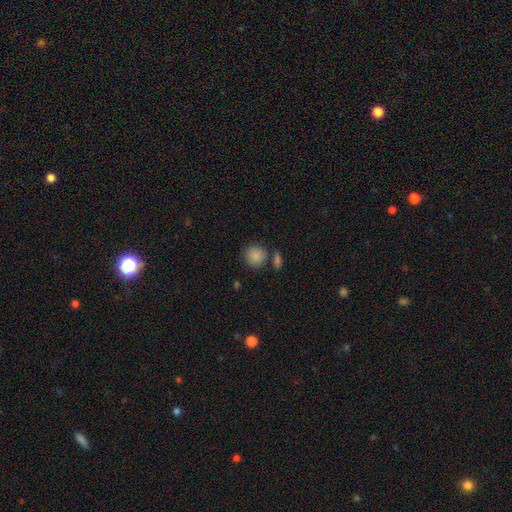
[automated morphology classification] smooth-or-featured: smooth: 87% | star or artifact: 8% | featured or disk: 5%
  how-rounded: round: 87% | in between: 12% | cigar-shaped: 1%
  merging: none: 73% | merger: 12% | minor disturbance: 11% | major disturbance: 4%